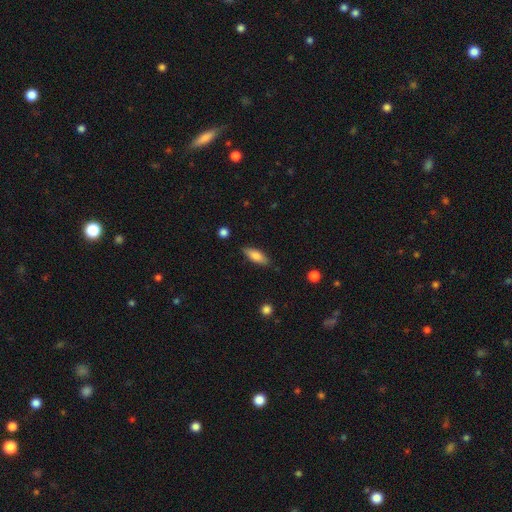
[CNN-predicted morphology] Smooth or featured?
  - smooth: 78% *
  - featured or disk: 16%
  - star or artifact: 6%
How rounded?
  - in between: 68% *
  - cigar-shaped: 30%
  - round: 2%
Merging?
  - none: 84% *
  - minor disturbance: 12%
  - major disturbance: 2%
  - merger: 1%